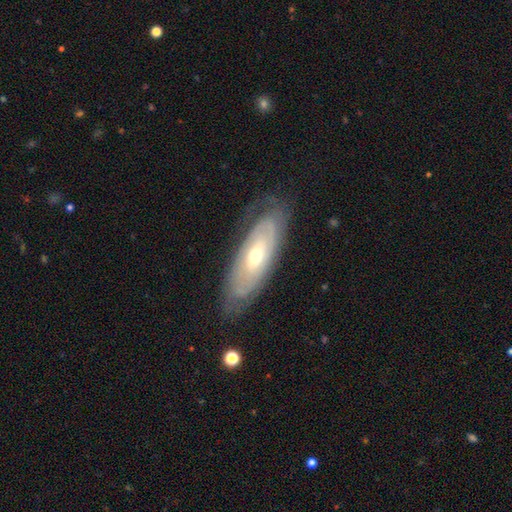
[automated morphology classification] featured or disk 69%, smooth 25%, star or artifact 6%. Down the decision tree: edge-on disk — no (80%); bar — no (78%); spiral arms — yes (61%); bulge size — moderate (56%); merging — none (77%).